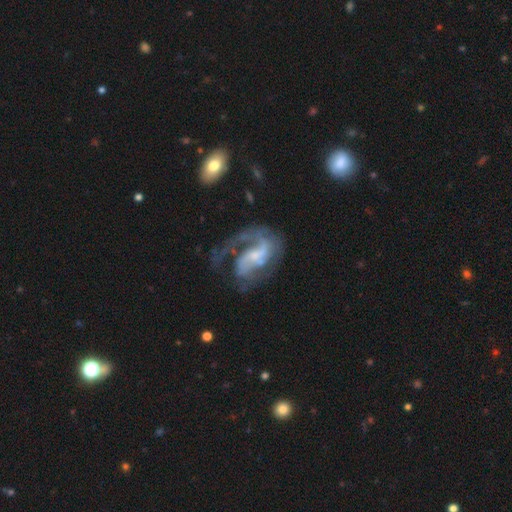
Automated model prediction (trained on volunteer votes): A featured or disk galaxy (84%) with a weak bar (46%), 2 (48%) medium (45%) spiral arms (91%) and a small central bulge (52%).

Vote fractions:
- Smooth or featured? featured or disk: 84% / smooth: 10% / star or artifact: 6%
- Edge-on disk? no: 97% / yes: 3%
- Bar? weak: 46% / no: 33% / strong: 22%
- Spiral arms? yes: 91% / no: 9%
- Spiral winding? medium: 45% / loose: 37% / tight: 18%
- Spiral arm count? 2: 48% / 1: 34% / can't tell: 10% / 3: 4% / 4: 2% / more than 4: 2%
- Bulge size? small: 52% / moderate: 23% / none: 19% / large: 5% / dominant: 1%
- Merging? none: 41% / major disturbance: 38% / minor disturbance: 17% / merger: 4%